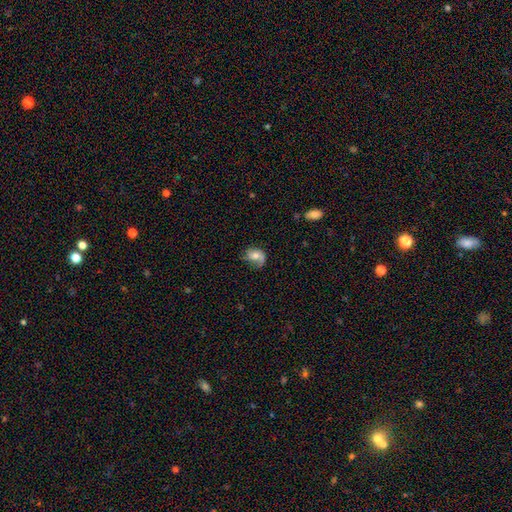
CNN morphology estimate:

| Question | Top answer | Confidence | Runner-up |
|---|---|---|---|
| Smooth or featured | featured or disk | 56% | smooth (35%) |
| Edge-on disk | no | 97% | yes (3%) |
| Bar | no | 67% | weak (27%) |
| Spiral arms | yes | 86% | no (14%) |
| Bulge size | moderate | 62% | small (27%) |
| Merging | none | 52% | minor disturbance (28%) |